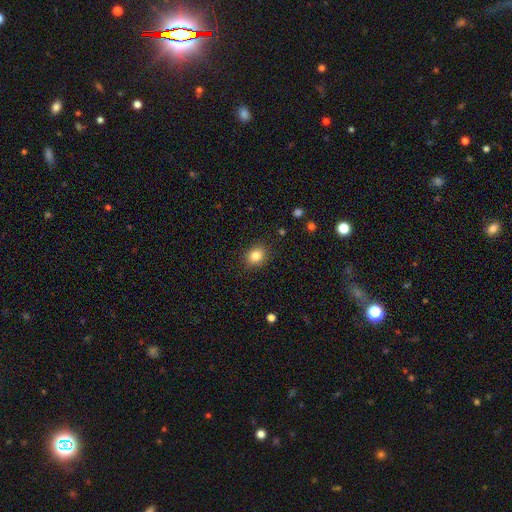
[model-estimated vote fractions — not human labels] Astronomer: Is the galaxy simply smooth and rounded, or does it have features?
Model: smooth — 83%.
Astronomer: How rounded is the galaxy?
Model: round — 64%.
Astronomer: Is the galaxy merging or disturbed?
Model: none — 88%.